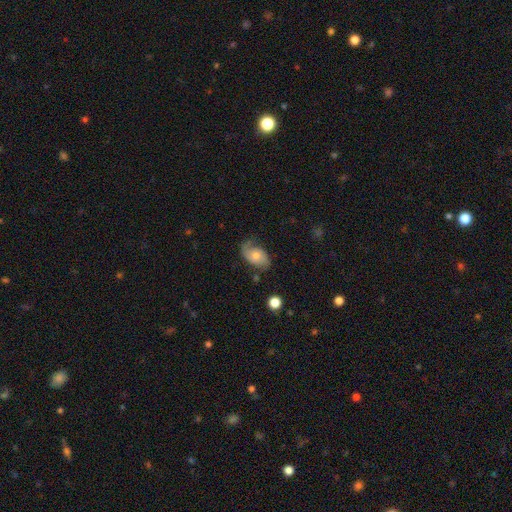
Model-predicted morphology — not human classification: type=featured or disk (63%); edge-on=no (96%); bar=no (74%); spiral arms=yes (89%); winding=medium (39%, tied with loose); arm count=2 (74%); bulge=moderate (53%); merging=none (62%).